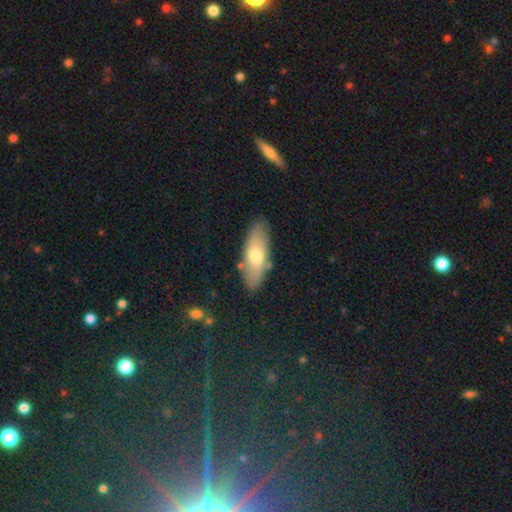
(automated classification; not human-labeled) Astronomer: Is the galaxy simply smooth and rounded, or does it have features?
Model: smooth — 65%.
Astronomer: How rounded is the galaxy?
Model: in between — 65%.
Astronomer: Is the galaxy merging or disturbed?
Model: none — 83%.